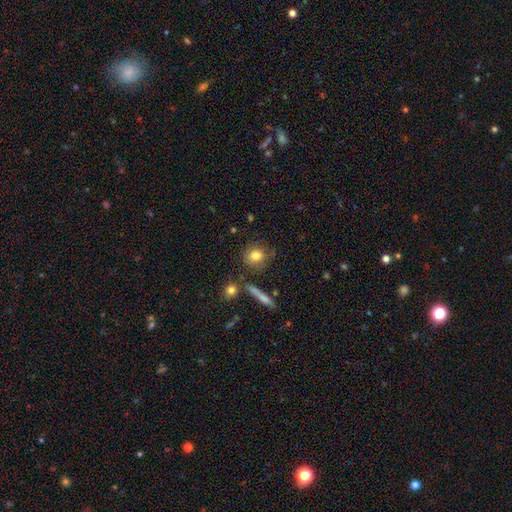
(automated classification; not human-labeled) Smooth or featured?
  - smooth: 80% *
  - featured or disk: 11%
  - star or artifact: 9%
How rounded?
  - round: 73% *
  - in between: 23%
  - cigar-shaped: 4%
Merging?
  - none: 74% *
  - minor disturbance: 14%
  - merger: 7%
  - major disturbance: 5%